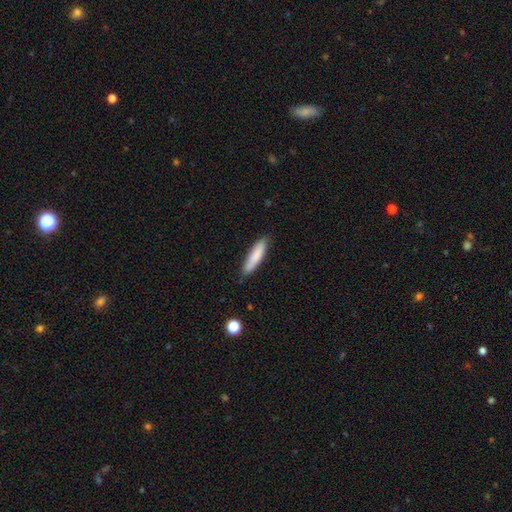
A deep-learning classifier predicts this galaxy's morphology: A smooth galaxy with no disk features (82%) that is cigar-shaped (77%).

Vote fractions:
- Smooth or featured? smooth: 82% / featured or disk: 12% / star or artifact: 6%
- How rounded? cigar-shaped: 77% / in between: 21% / round: 1%
- Merging? none: 84% / minor disturbance: 13% / major disturbance: 2% / merger: 1%